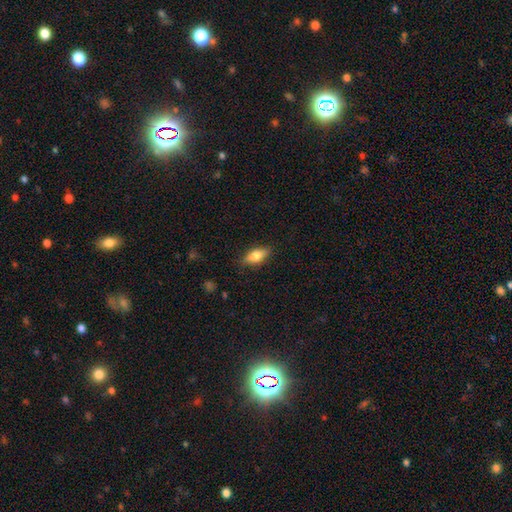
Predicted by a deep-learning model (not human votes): A smooth galaxy with no disk features (74%) that is in between round and cigar-shaped (77%). Merging: none (81%).